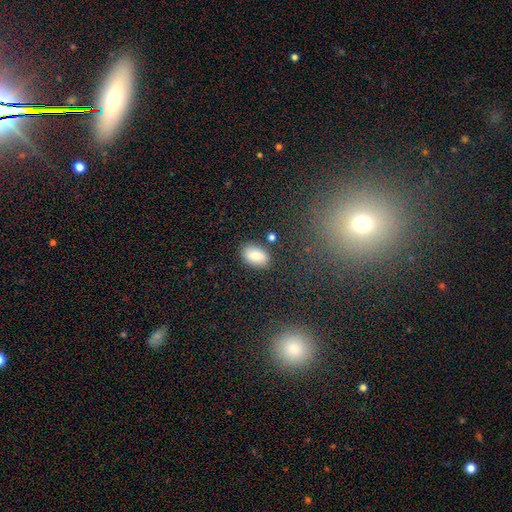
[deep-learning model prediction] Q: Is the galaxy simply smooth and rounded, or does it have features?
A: smooth — 81%.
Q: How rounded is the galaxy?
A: in between — 88%.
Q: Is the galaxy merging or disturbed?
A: none — 82%.